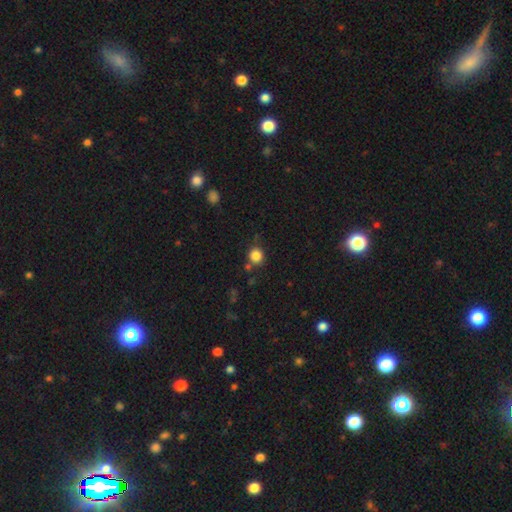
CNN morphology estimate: Smooth or featured?
  - smooth: 84% *
  - star or artifact: 11%
  - featured or disk: 4%
How rounded?
  - round: 88% *
  - in between: 11%
  - cigar-shaped: 1%
Merging?
  - none: 75% *
  - minor disturbance: 13%
  - merger: 8%
  - major disturbance: 4%